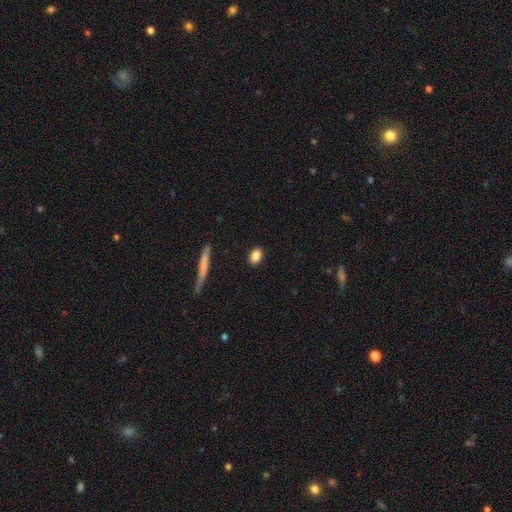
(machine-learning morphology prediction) A smooth galaxy with no disk features (86%) that is in between round and cigar-shaped (77%). Merging: none (89%).